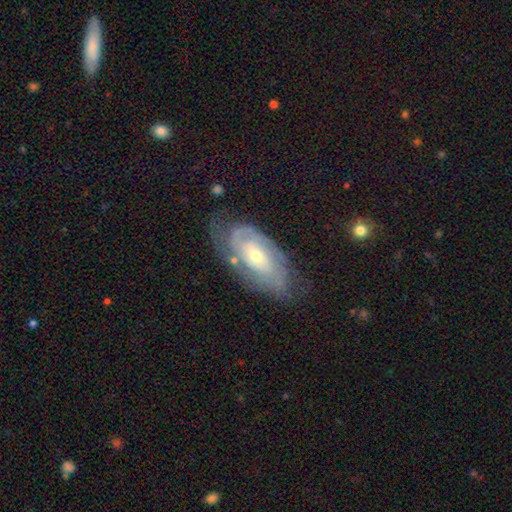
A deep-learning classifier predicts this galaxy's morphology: Smooth or featured? Predicted: featured or disk (p=0.83). Edge-on disk? Predicted: no (p=0.94). Bar? Predicted: no (p=0.69). Spiral arms? Predicted: yes (p=0.92). Spiral winding? Predicted: tight (p=0.69). Spiral arm count? Predicted: 2 (p=0.42). Bulge size? Predicted: small (p=0.54). Merging? Predicted: none (p=0.69).